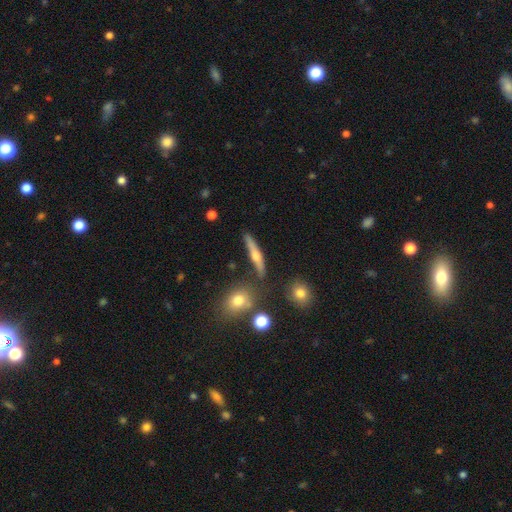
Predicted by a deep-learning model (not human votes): Smooth or featured?
  - featured or disk: 59% *
  - smooth: 32%
  - star or artifact: 9%
Edge-on disk?
  - yes: 93% *
  - no: 7%
Edge-on bulge?
  - rounded: 90% *
  - none: 6%
  - boxy: 4%
Merging?
  - none: 78% *
  - minor disturbance: 11%
  - merger: 7%
  - major disturbance: 4%